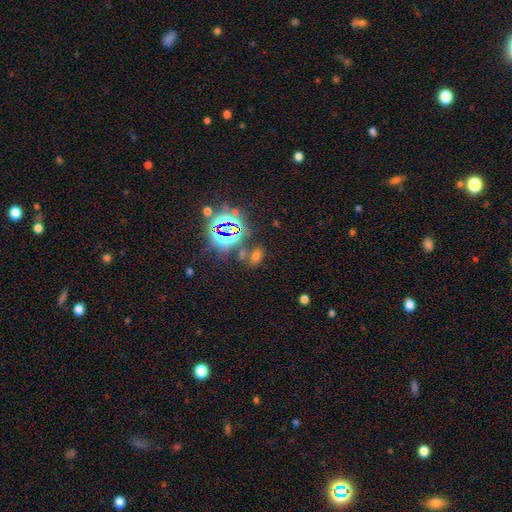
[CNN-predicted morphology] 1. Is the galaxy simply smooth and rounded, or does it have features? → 50% smooth, 41% star or artifact, 8% featured or disk.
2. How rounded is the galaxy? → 85% in between, 10% round, 5% cigar-shaped.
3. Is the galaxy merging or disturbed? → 67% none, 14% merger, 13% minor disturbance, 6% major disturbance.